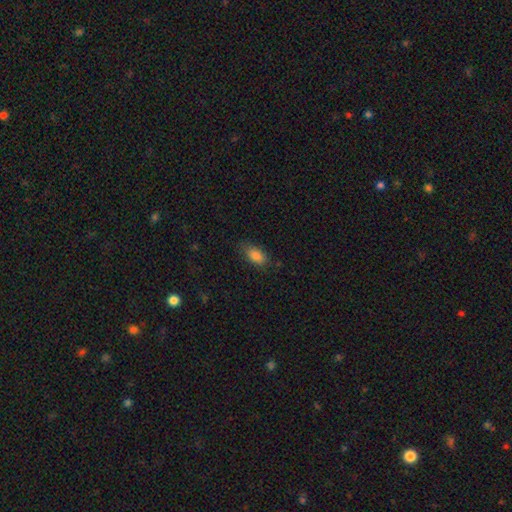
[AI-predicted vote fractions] Smooth or featured: smooth — 85% (star or artifact — 8%)
How rounded: in between — 90% (cigar-shaped — 6%)
Merging: none — 75% (minor disturbance — 19%)